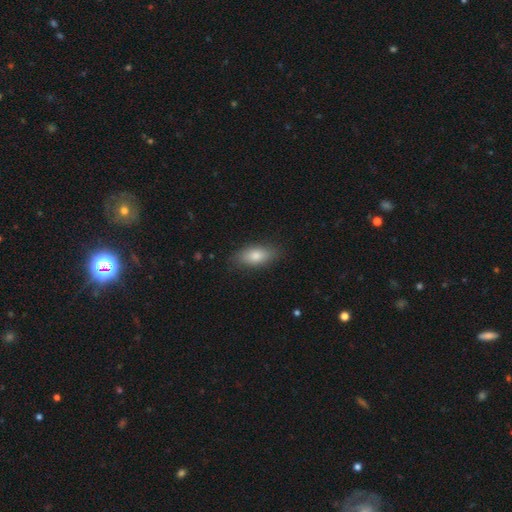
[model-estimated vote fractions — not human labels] Smooth or featured? Predicted: smooth (p=0.80). How rounded? Predicted: in between (p=0.86). Merging? Predicted: none (p=0.83).